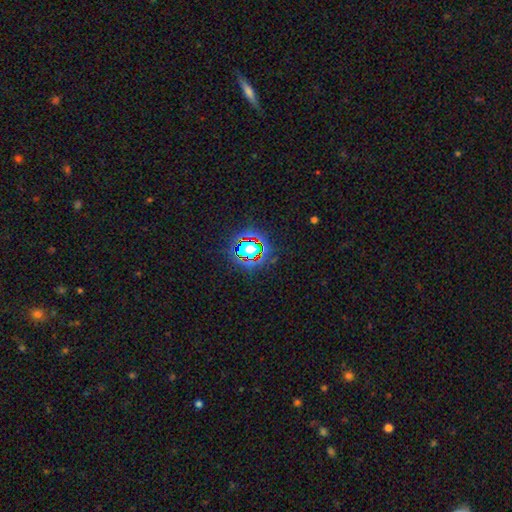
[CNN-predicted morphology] star or artifact 78%, smooth 13%, featured or disk 8%.